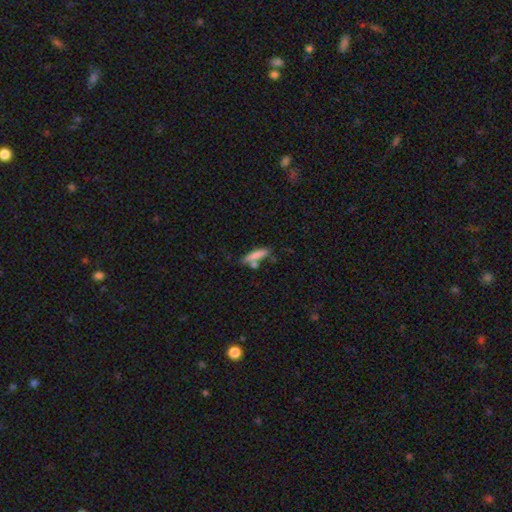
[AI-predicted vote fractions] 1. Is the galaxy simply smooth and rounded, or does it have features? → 77% smooth, 16% featured or disk, 7% star or artifact.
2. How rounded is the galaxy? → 79% cigar-shaped, 18% in between, 2% round.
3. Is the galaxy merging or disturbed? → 64% none, 17% merger, 15% minor disturbance, 4% major disturbance.